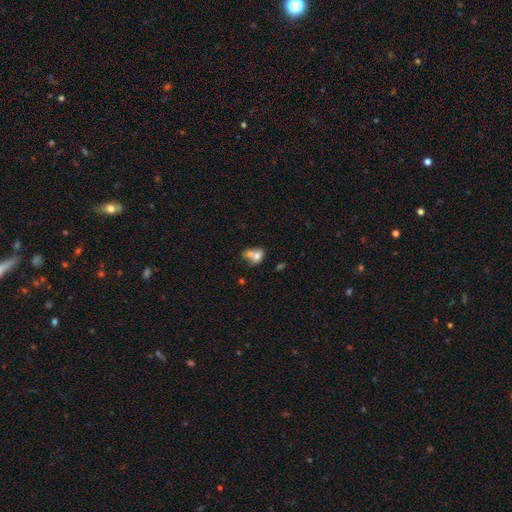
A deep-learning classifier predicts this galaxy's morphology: Overall: smooth (69%). How rounded: in between (62%; round 37%). Merging: merger (65%).